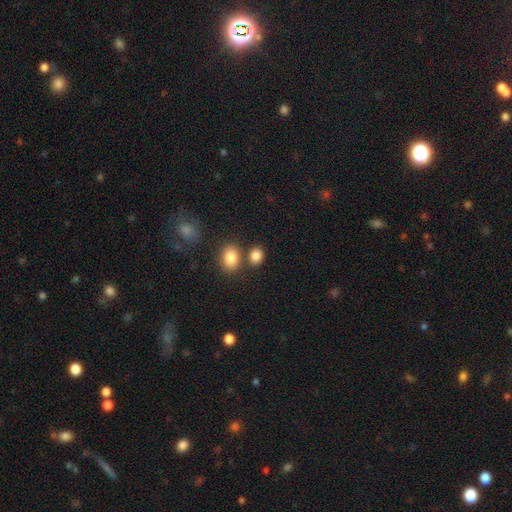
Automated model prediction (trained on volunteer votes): Smooth or featured? Predicted: smooth (p=0.84). How rounded? Predicted: round (p=0.50). Merging? Predicted: none (p=0.67).